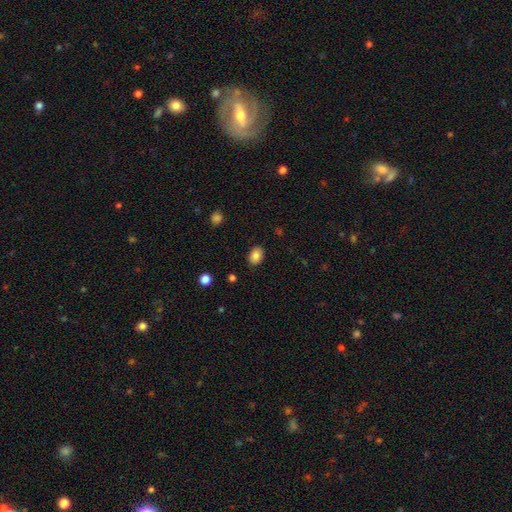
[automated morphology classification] Smooth or featured?
  - smooth: 85% *
  - star or artifact: 9%
  - featured or disk: 6%
How rounded?
  - in between: 71% *
  - round: 28%
  - cigar-shaped: 1%
Merging?
  - none: 87% *
  - minor disturbance: 10%
  - major disturbance: 2%
  - merger: 1%